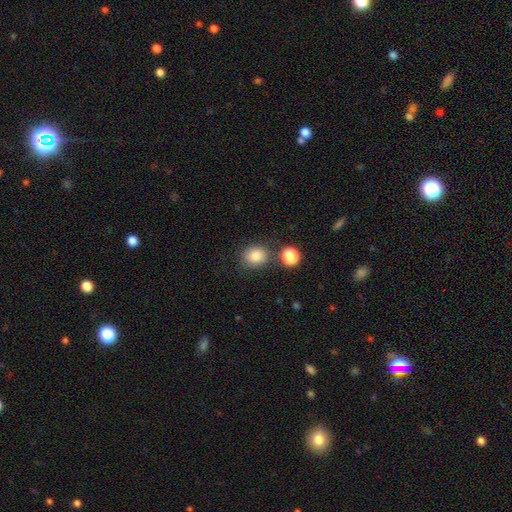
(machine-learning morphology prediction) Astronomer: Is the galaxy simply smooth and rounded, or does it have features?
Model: smooth — 83%.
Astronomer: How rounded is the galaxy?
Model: round — 69%.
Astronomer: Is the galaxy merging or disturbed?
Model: none — 74%.